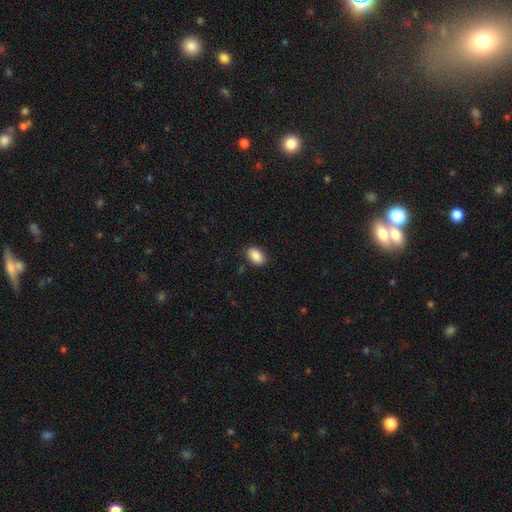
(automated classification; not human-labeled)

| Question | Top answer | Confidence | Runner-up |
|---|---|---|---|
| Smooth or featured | smooth | 89% | star or artifact (7%) |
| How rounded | in between | 90% | round (9%) |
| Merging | none | 88% | minor disturbance (9%) |